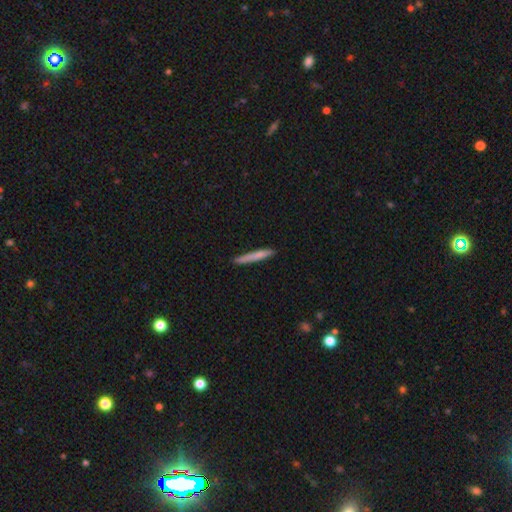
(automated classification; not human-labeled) Smooth or featured? Predicted: smooth (p=0.74). How rounded? Predicted: cigar-shaped (p=0.96). Merging? Predicted: none (p=0.88).